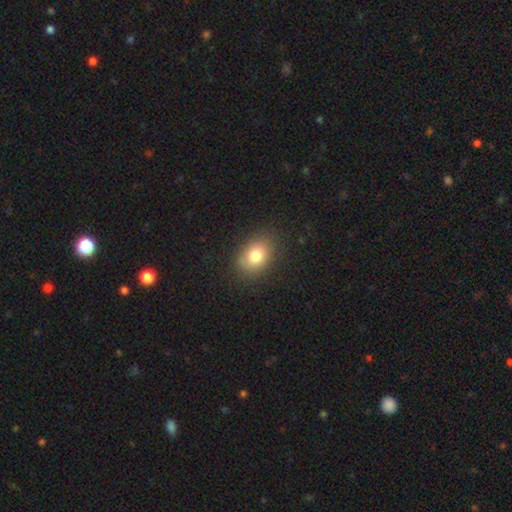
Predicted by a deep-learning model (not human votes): Q: Smooth or featured?
A: smooth (79%); runner-up: featured or disk (11%)
Q: How rounded?
A: in between (72%); runner-up: round (27%)
Q: Merging?
A: none (82%); runner-up: minor disturbance (13%)